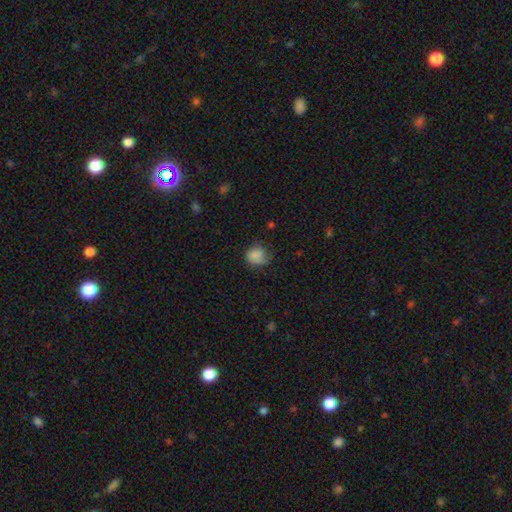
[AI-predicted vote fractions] A smooth galaxy with no disk features (77%) that is round (69%).

Vote fractions:
- Smooth or featured? smooth: 77% / featured or disk: 14% / star or artifact: 9%
- How rounded? round: 69% / in between: 30% / cigar-shaped: 1%
- Merging? none: 45% / minor disturbance: 33% / major disturbance: 20% / merger: 2%